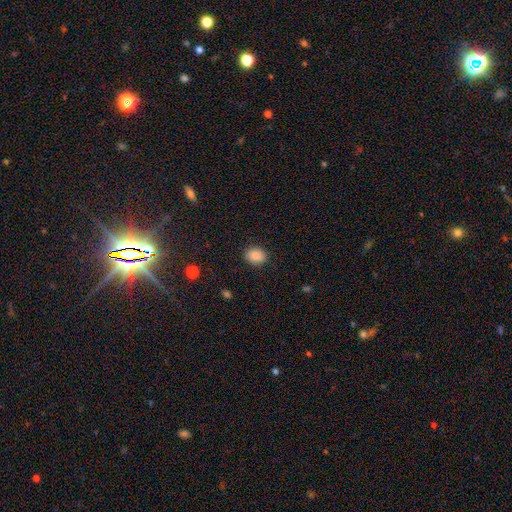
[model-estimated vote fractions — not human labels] smooth_or_featured: smooth (p=0.88) [alt: star or artifact p=0.09]
how_rounded: in between (p=0.52) [alt: round p=0.47]
merging: none (p=0.88) [alt: minor disturbance p=0.08]